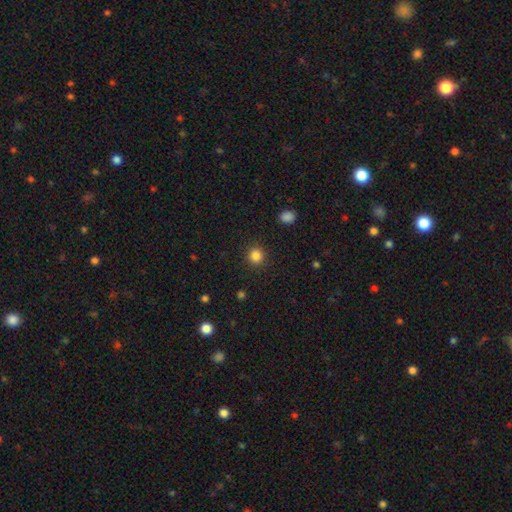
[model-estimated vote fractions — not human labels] smooth-or-featured: smooth: 85% | star or artifact: 12% | featured or disk: 4%
  how-rounded: round: 91% | in between: 8% | cigar-shaped: 1%
  merging: none: 91% | minor disturbance: 6% | major disturbance: 2% | merger: 1%